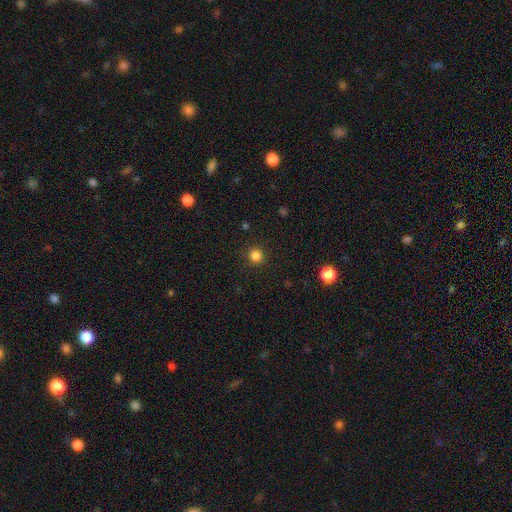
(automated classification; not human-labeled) A smooth galaxy with no disk features (83%) that is round (95%).

Vote fractions:
- Smooth or featured? smooth: 83% / star or artifact: 14% / featured or disk: 3%
- How rounded? round: 95% / in between: 4% / cigar-shaped: 1%
- Merging? none: 91% / minor disturbance: 6% / major disturbance: 2% / merger: 1%